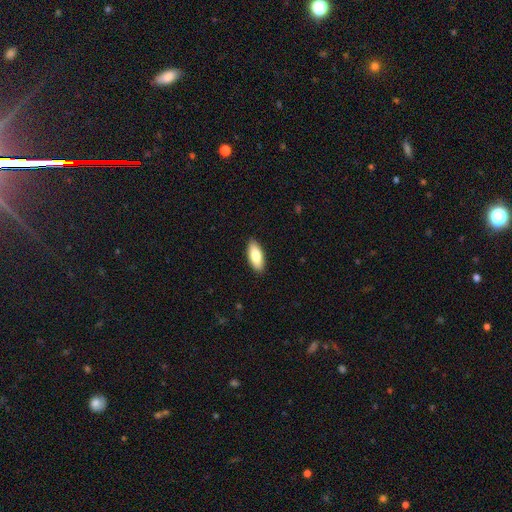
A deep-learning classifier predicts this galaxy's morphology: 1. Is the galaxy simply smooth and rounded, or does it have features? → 82% smooth, 12% featured or disk, 6% star or artifact.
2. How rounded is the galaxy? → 82% in between, 16% cigar-shaped, 2% round.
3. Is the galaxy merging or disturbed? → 90% none, 7% minor disturbance, 2% major disturbance, 1% merger.